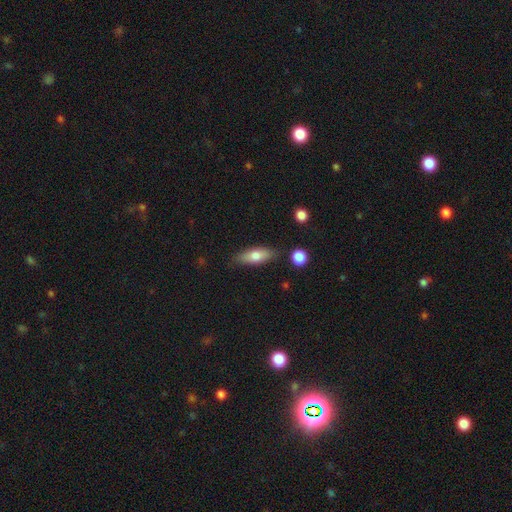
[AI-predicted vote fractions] Morphology: type=smooth (69%); roundness=in between (64%); merging=none (81%).